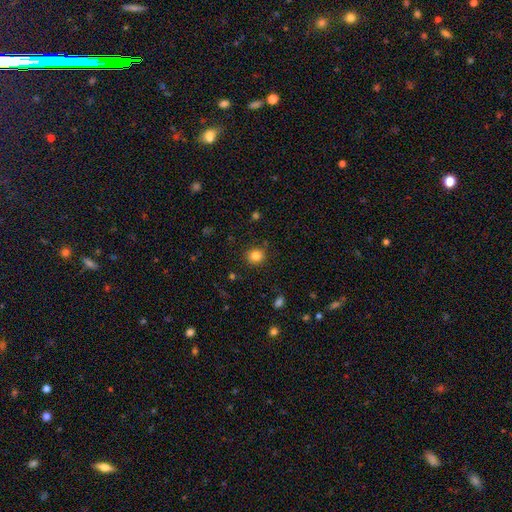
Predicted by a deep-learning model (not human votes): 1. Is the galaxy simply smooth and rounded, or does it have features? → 83% smooth, 11% star or artifact, 5% featured or disk.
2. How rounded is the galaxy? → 83% round, 16% in between, 1% cigar-shaped.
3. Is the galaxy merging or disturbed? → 88% none, 8% minor disturbance, 2% major disturbance, 2% merger.